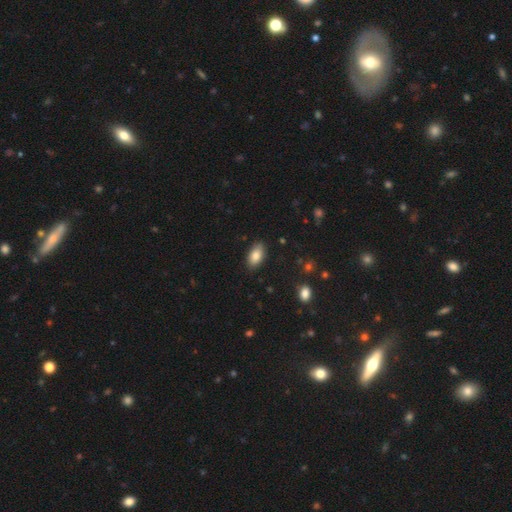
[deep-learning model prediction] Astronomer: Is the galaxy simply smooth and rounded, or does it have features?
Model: smooth — 83%.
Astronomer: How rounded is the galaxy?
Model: in between — 93%.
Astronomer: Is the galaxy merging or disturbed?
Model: none — 86%.